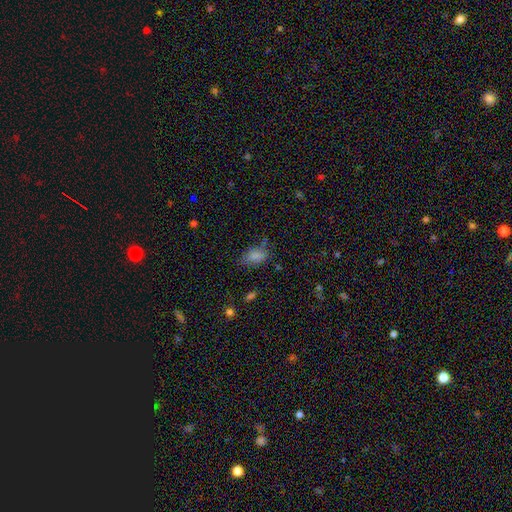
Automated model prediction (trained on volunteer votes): A smooth galaxy with no disk features (80%) that is in between round and cigar-shaped (88%).

Vote fractions:
- Smooth or featured? smooth: 80% / star or artifact: 11% / featured or disk: 9%
- How rounded? in between: 88% / round: 6% / cigar-shaped: 6%
- Merging? none: 58% / minor disturbance: 28% / major disturbance: 10% / merger: 4%